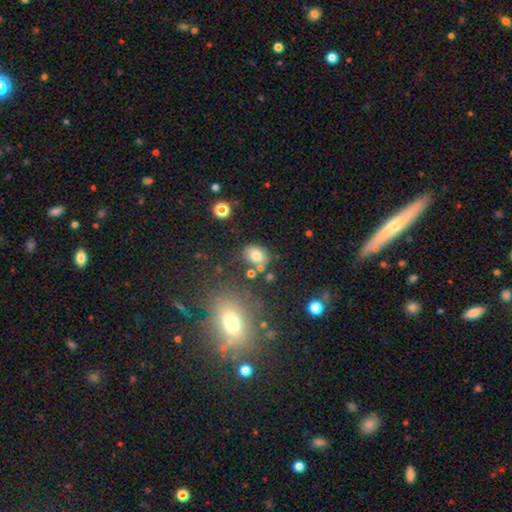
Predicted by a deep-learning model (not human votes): Morphology: type=smooth (78%); roundness=in between (62%); merging=none (71%).